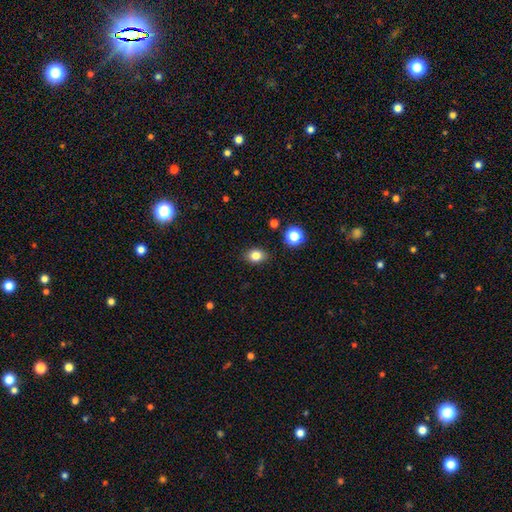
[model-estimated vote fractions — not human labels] Smooth or featured? smooth (82%)
How rounded? in between (60%)
Merging? none (87%)